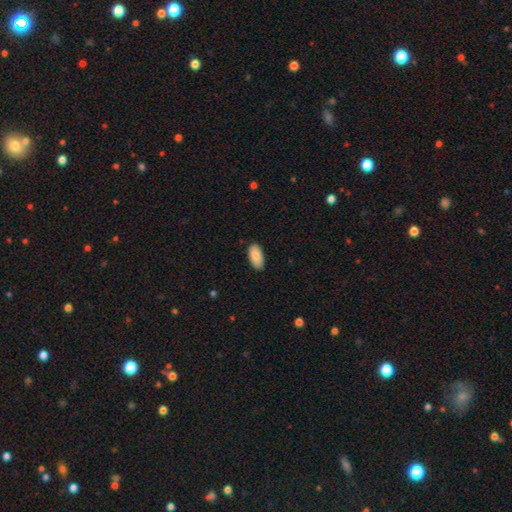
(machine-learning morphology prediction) Smooth or featured? Predicted: smooth (p=0.88). How rounded? Predicted: in between (p=0.94). Merging? Predicted: none (p=0.84).